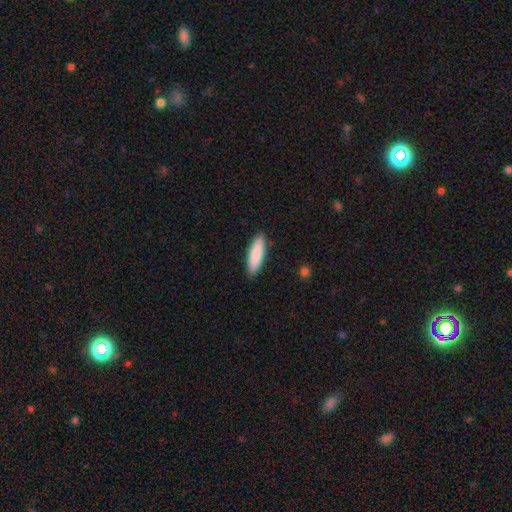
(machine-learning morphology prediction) The model was most divided on "how rounded": cigar-shaped: 61%, in between: 38%, round: 1%. More confident: merging — none (89%); smooth or featured — smooth (86%).